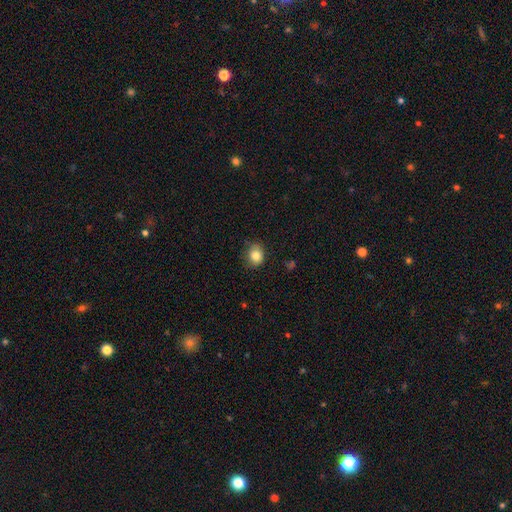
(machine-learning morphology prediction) This is clearly a smooth galaxy (82%). How rounded: likely round (64%). Merging: likely none (76%).